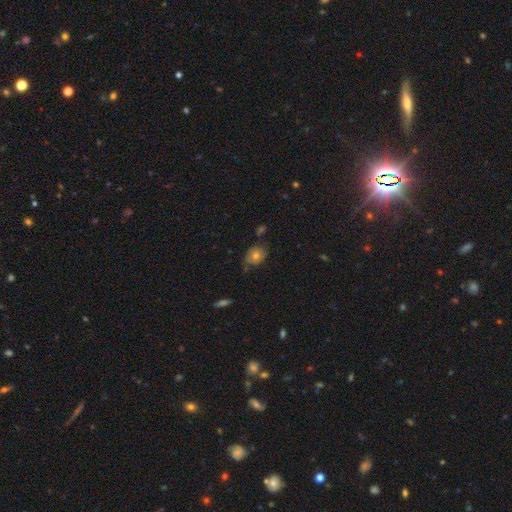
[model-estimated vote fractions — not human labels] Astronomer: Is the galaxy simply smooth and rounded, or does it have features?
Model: smooth — 68%.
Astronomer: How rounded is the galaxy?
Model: round — 55% (runner-up: in between, 44%).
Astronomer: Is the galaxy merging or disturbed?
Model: none — 69%.